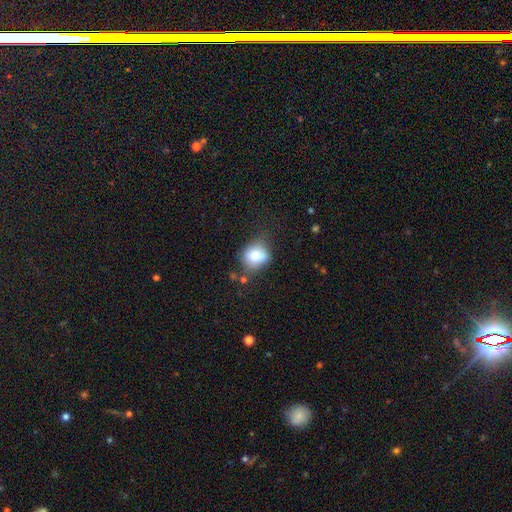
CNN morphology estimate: A smooth galaxy with no disk features (79%) that is round (58%). Merging: none (52%).